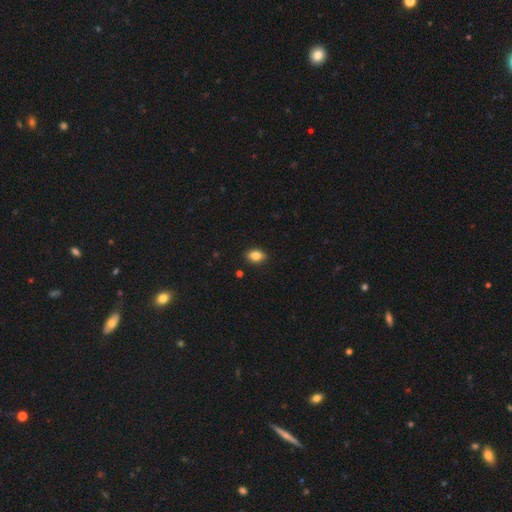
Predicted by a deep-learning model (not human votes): smooth-or-featured: smooth: 84% | star or artifact: 9% | featured or disk: 7%
  how-rounded: in between: 82% | round: 16% | cigar-shaped: 2%
  merging: none: 88% | minor disturbance: 9% | major disturbance: 2% | merger: 1%